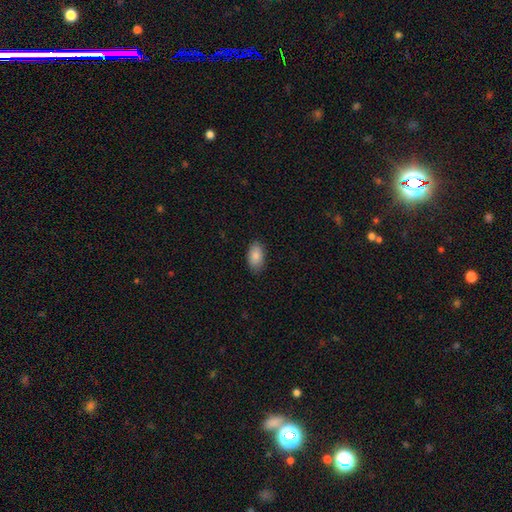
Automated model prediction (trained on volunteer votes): smooth-or-featured: smooth: 87% | featured or disk: 7% | star or artifact: 7%
  how-rounded: in between: 94% | round: 4% | cigar-shaped: 2%
  merging: none: 85% | minor disturbance: 11% | major disturbance: 2% | merger: 1%